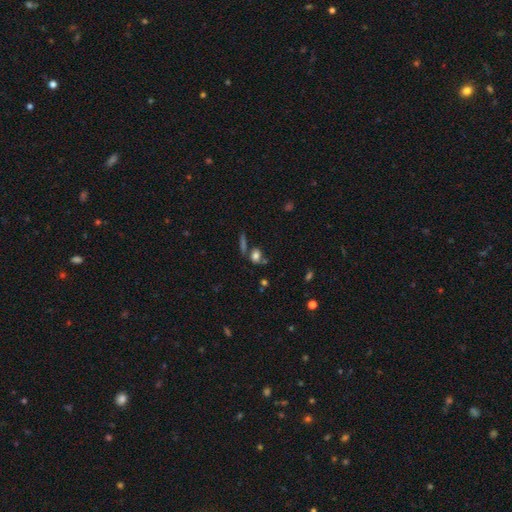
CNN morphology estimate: A smooth galaxy with no disk features (71%) that is in between round and cigar-shaped (51%). Merging: none (57%).